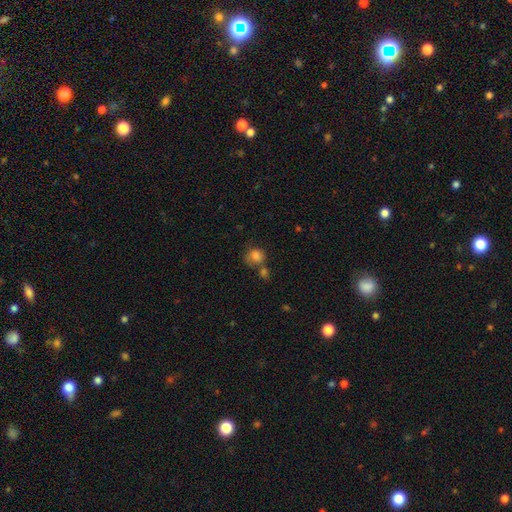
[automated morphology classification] type=smooth (83%); roundness=round (79%); merging=none (48%).